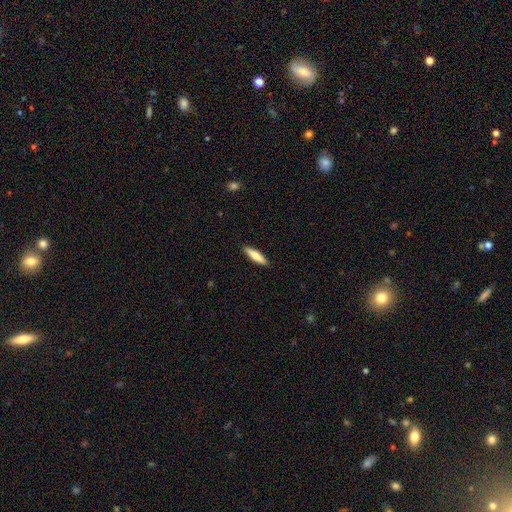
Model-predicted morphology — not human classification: Smooth or featured: smooth — 73% (featured or disk — 21%)
How rounded: cigar-shaped — 73% (in between — 26%)
Merging: none — 91% (minor disturbance — 7%)